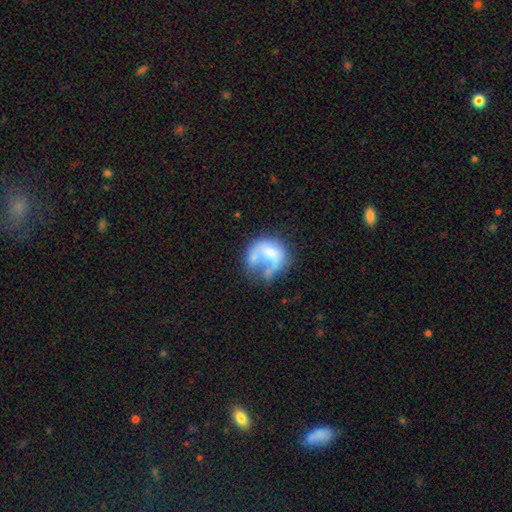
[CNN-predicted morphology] smooth_or_featured: featured or disk (p=0.47) [alt: smooth p=0.44]
merging: major disturbance (p=0.37) [alt: none p=0.27]